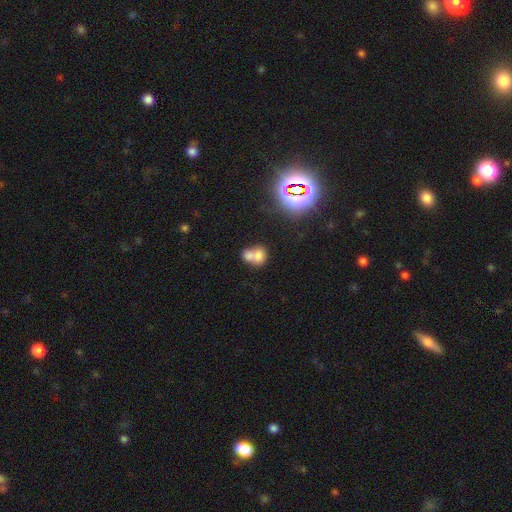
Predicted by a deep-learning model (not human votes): Q: Smooth or featured?
A: smooth (67%); runner-up: featured or disk (19%)
Q: How rounded?
A: round (56%); runner-up: in between (42%)
Q: Merging?
A: merger (68%); runner-up: none (23%)